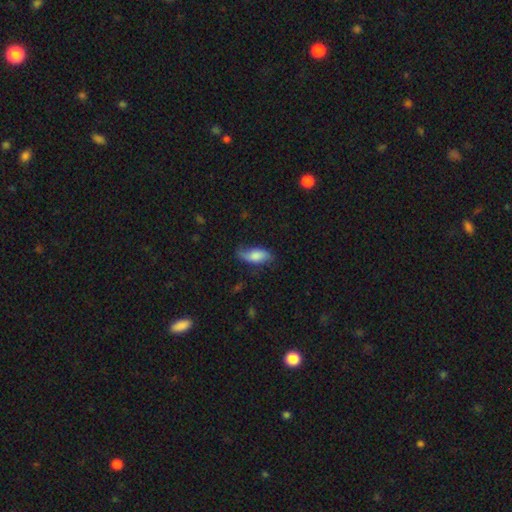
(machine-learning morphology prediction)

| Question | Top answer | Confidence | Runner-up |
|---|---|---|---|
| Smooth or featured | smooth | 69% | featured or disk (24%) |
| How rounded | in between | 81% | cigar-shaped (16%) |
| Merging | none | 62% | minor disturbance (28%) |